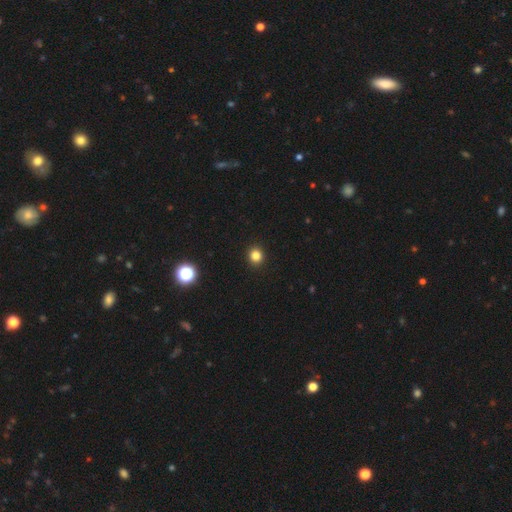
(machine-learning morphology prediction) smooth-or-featured: smooth: 82% | star or artifact: 13% | featured or disk: 4%
  how-rounded: round: 90% | in between: 9% | cigar-shaped: 1%
  merging: none: 93% | minor disturbance: 4% | major disturbance: 2% | merger: 1%